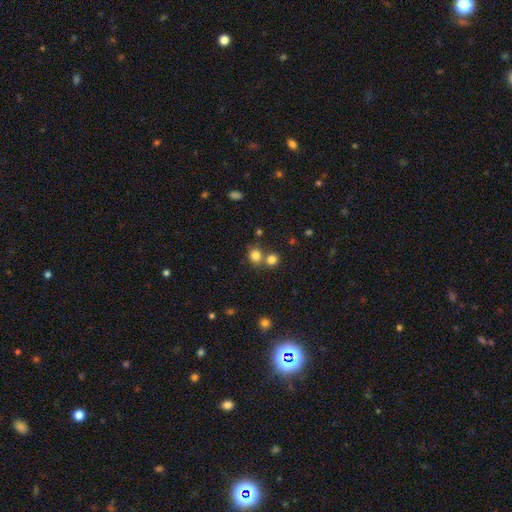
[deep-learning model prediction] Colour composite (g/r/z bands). It shows a smooth galaxy with no disk features (79%) that is round (84%). Merging: none (58%).